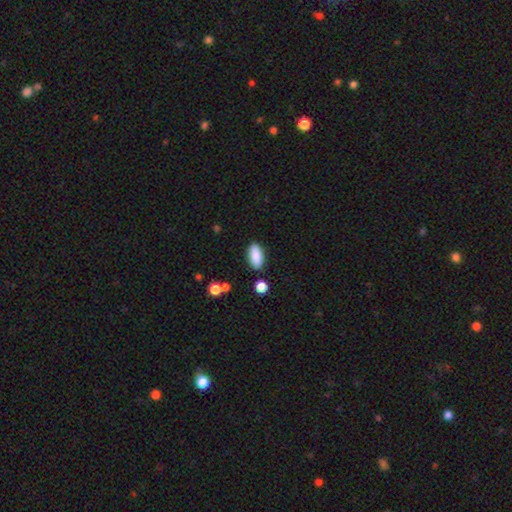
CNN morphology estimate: Q: Smooth or featured?
A: smooth (87%); runner-up: star or artifact (7%)
Q: How rounded?
A: in between (85%); runner-up: cigar-shaped (12%)
Q: Merging?
A: none (85%); runner-up: minor disturbance (10%)